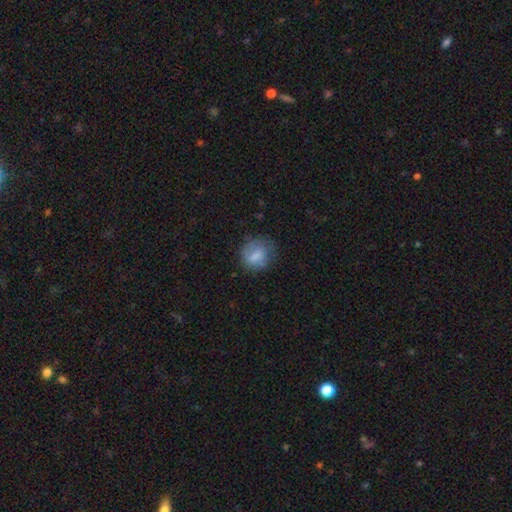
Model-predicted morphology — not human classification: smooth_or_featured: smooth (p=0.68) [alt: featured or disk p=0.23]
how_rounded: round (p=0.63) [alt: in between p=0.35]
merging: none (p=0.60) [alt: minor disturbance p=0.25]